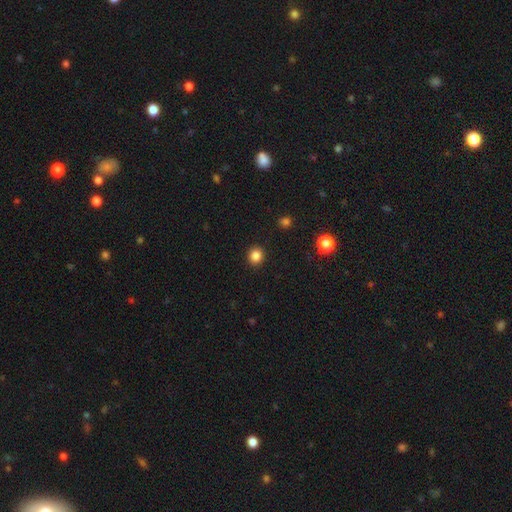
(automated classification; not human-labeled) A smooth galaxy with no disk features (85%) that is round (87%). Merging: none (92%).